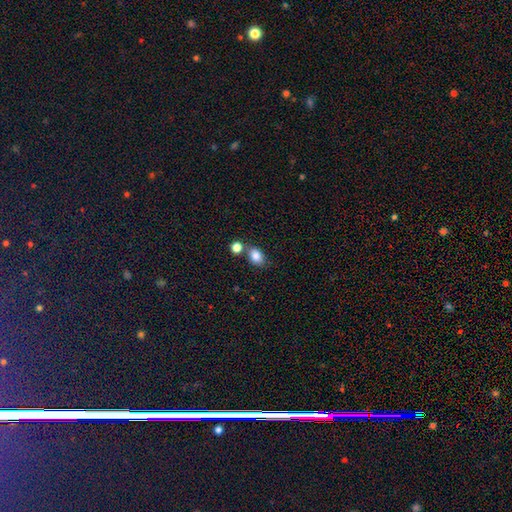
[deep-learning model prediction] smooth 84%, star or artifact 10%, featured or disk 7%. Down the decision tree: how rounded — in between (72%); merging — none (58%).